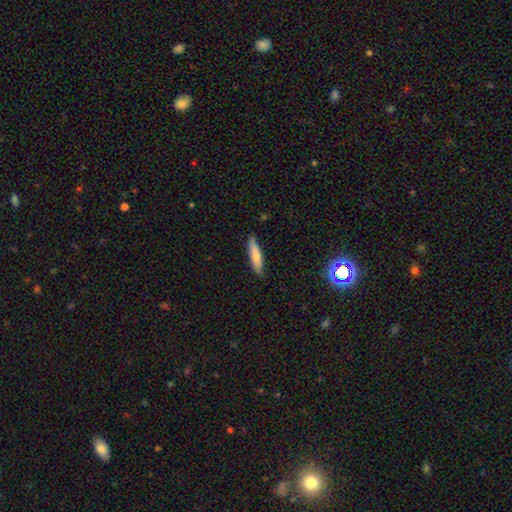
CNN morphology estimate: Q: Smooth or featured?
A: smooth (75%); runner-up: featured or disk (19%)
Q: How rounded?
A: cigar-shaped (78%); runner-up: in between (21%)
Q: Merging?
A: none (84%); runner-up: minor disturbance (13%)